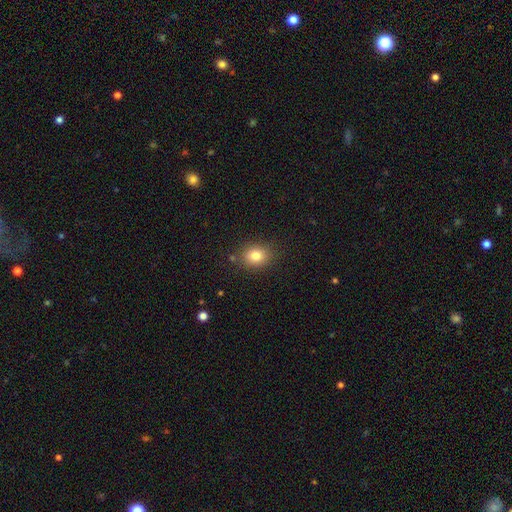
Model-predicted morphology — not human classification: A smooth galaxy with no disk features (82%) that is round (54%).

Vote fractions:
- Smooth or featured? smooth: 82% / star or artifact: 11% / featured or disk: 8%
- How rounded? round: 54% / in between: 44% / cigar-shaped: 1%
- Merging? none: 83% / minor disturbance: 11% / major disturbance: 3% / merger: 3%